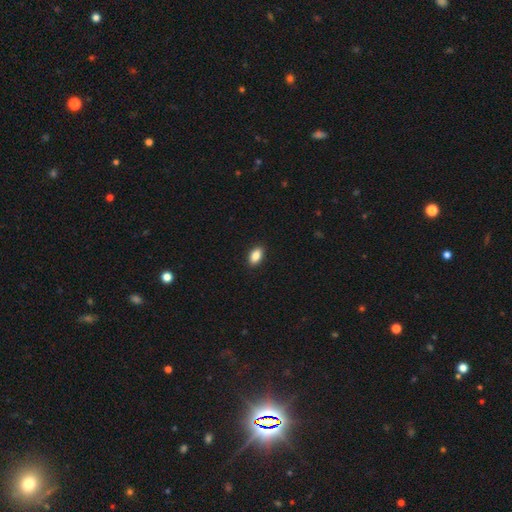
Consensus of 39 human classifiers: Smooth or featured: smooth — 85% (featured or disk — 8%)
How rounded: in between — 88% (round — 9%)
Merging: none — 83% (minor disturbance — 17%)